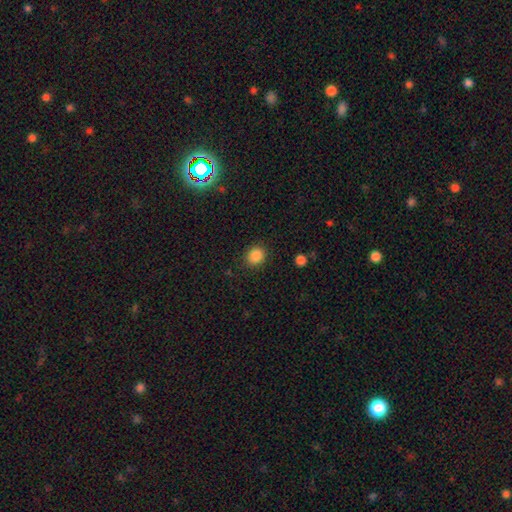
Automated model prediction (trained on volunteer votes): Smooth or featured: smooth — 86% (star or artifact — 10%)
How rounded: round — 79% (in between — 20%)
Merging: none — 89% (minor disturbance — 7%)